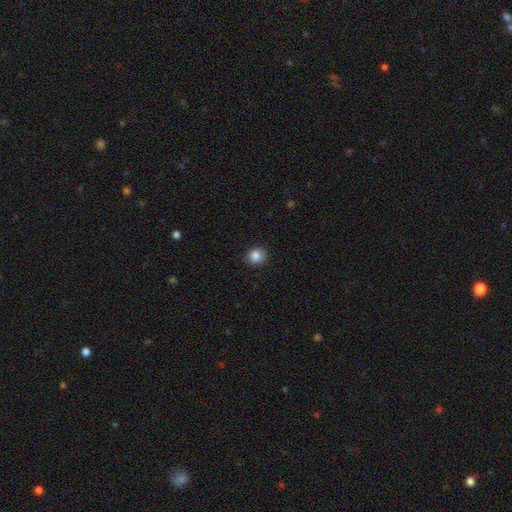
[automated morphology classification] Smooth or featured? Predicted: smooth (p=0.86). How rounded? Predicted: round (p=0.86). Merging? Predicted: none (p=0.90).